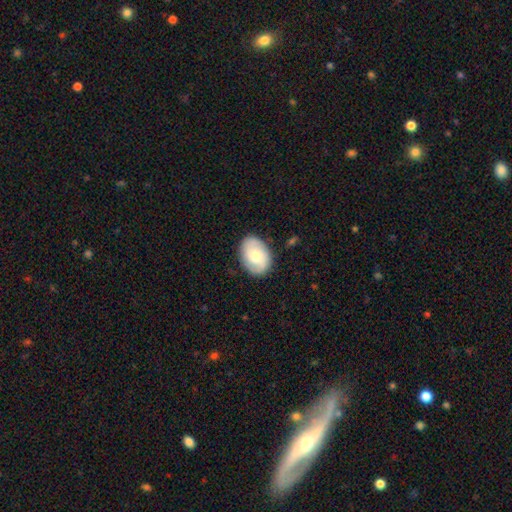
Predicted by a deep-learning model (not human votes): Q: Smooth or featured?
A: smooth (49%); runner-up: featured or disk (45%)
Q: Merging?
A: none (83%); runner-up: minor disturbance (12%)